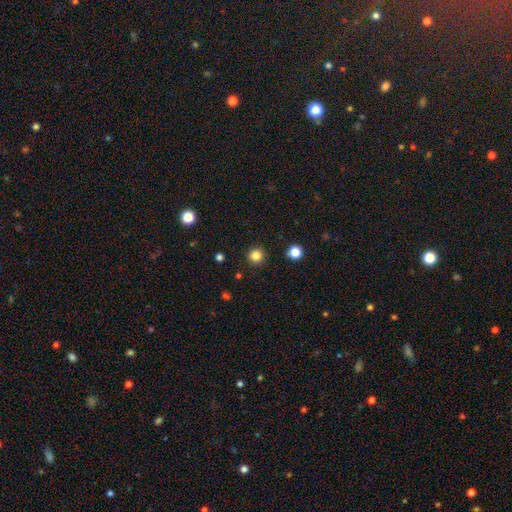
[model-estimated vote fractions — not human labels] Morphology: type=smooth (83%); roundness=round (95%); merging=none (93%).